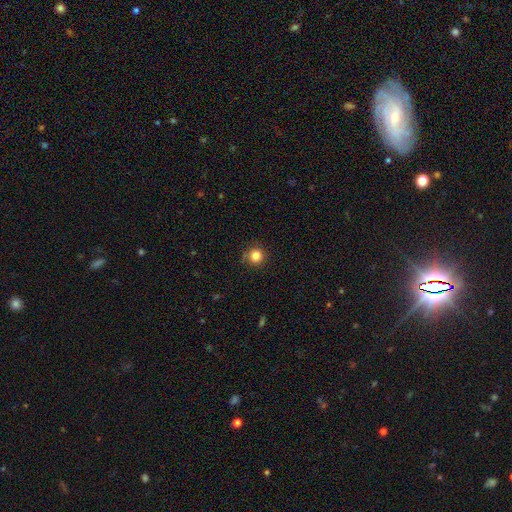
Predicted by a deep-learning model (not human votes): Smooth or featured?
  - smooth: 84% *
  - star or artifact: 12%
  - featured or disk: 5%
How rounded?
  - round: 94% *
  - in between: 5%
  - cigar-shaped: 1%
Merging?
  - none: 85% *
  - minor disturbance: 11%
  - major disturbance: 3%
  - merger: 1%